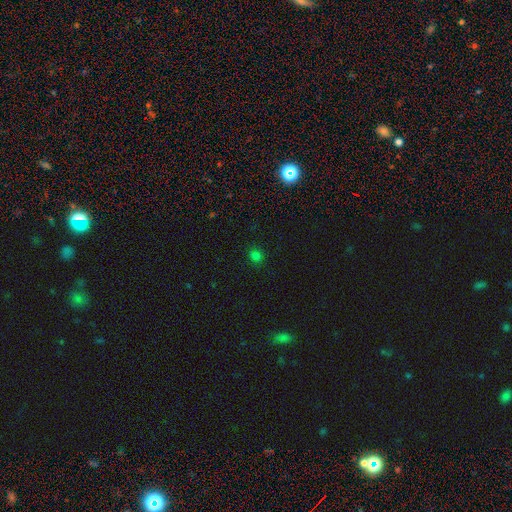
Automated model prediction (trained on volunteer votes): smooth_or_featured: smooth (p=0.77) [alt: star or artifact p=0.19]
how_rounded: round (p=0.82) [alt: in between p=0.17]
merging: none (p=0.89) [alt: minor disturbance p=0.07]